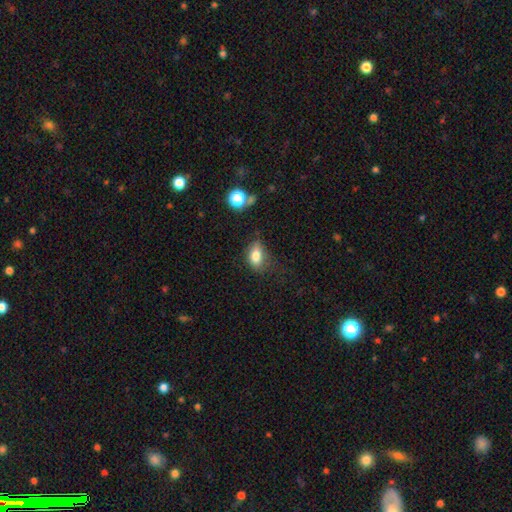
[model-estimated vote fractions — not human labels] A smooth galaxy with no disk features (80%) that is in between round and cigar-shaped (82%). Merging: none (55%).